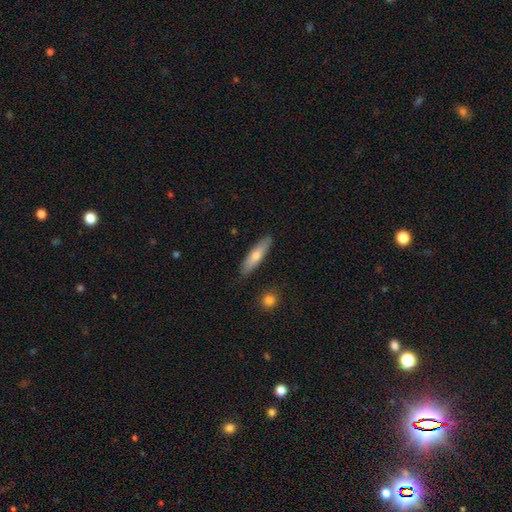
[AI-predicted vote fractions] smooth 64%, featured or disk 30%, star or artifact 6%. Down the decision tree: how rounded — cigar-shaped (75%); merging — none (87%).